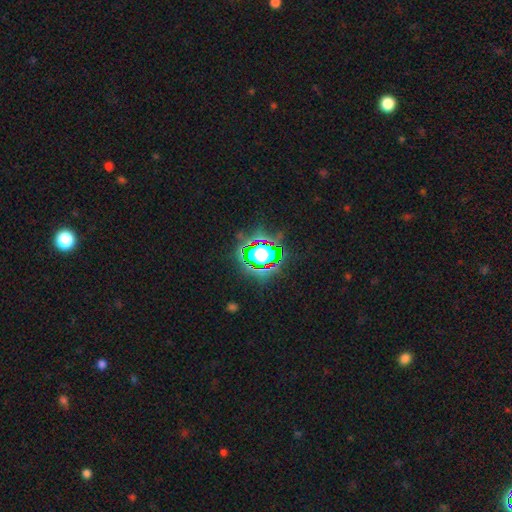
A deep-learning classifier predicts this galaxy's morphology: smooth-or-featured: star or artifact: 60% | smooth: 23% | featured or disk: 17%